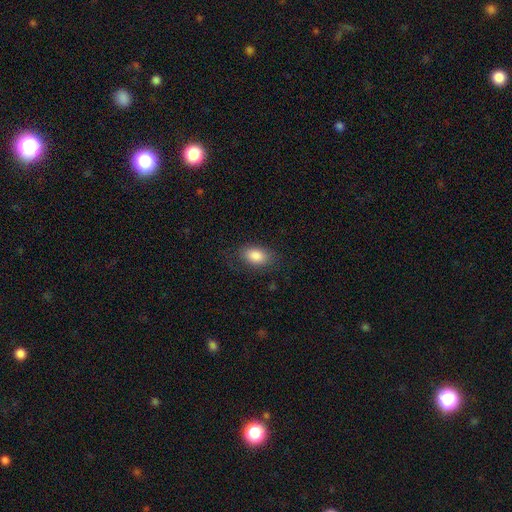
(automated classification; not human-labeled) Morphology: type=smooth (86%); roundness=in between (90%); merging=none (77%).